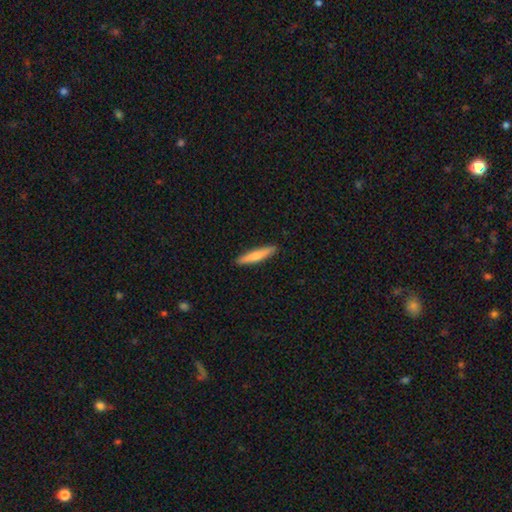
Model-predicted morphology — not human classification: This appears to be a smooth galaxy with no disk features (72%) that is cigar-shaped (90%). Merging: none (91%).